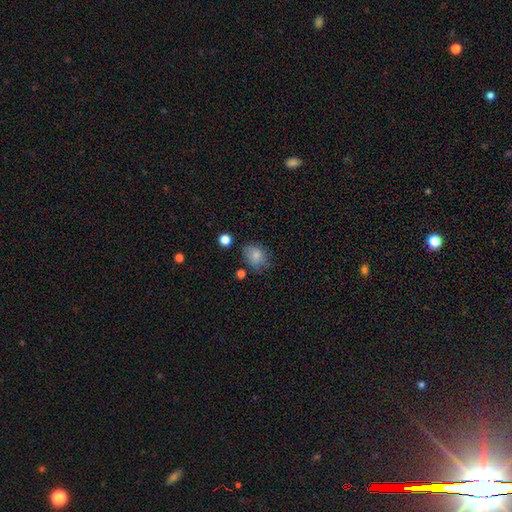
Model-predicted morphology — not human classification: This appears to be a smooth galaxy with no disk features (81%) that is in between round and cigar-shaped (58%). Merging: none (66%).